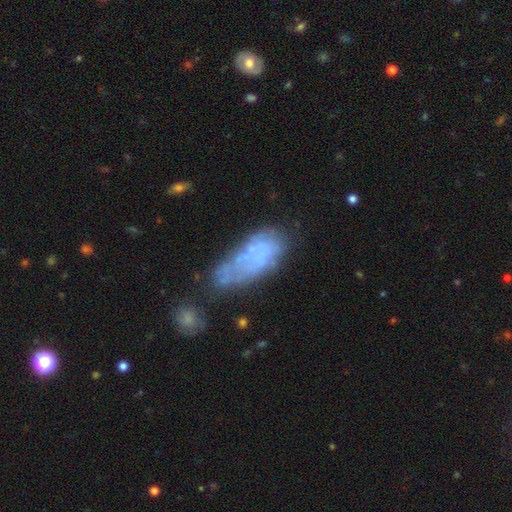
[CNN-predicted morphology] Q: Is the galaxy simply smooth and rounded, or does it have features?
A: smooth — 47%.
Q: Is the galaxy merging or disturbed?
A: none — 35%.